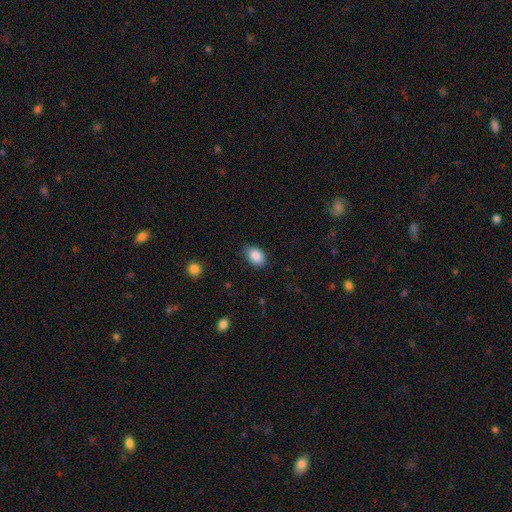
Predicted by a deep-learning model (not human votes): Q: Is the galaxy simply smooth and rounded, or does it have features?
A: smooth — 88%.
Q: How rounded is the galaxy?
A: in between — 85%.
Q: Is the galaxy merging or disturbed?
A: none — 82%.